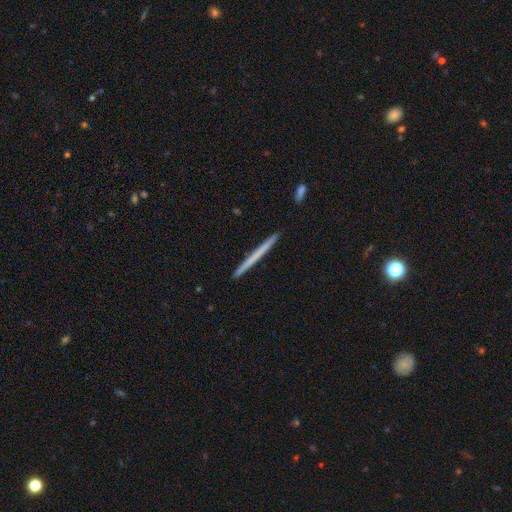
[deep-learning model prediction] This is possibly a smooth galaxy (53%). How rounded: clearly cigar-shaped (97%). Merging: clearly none (93%).